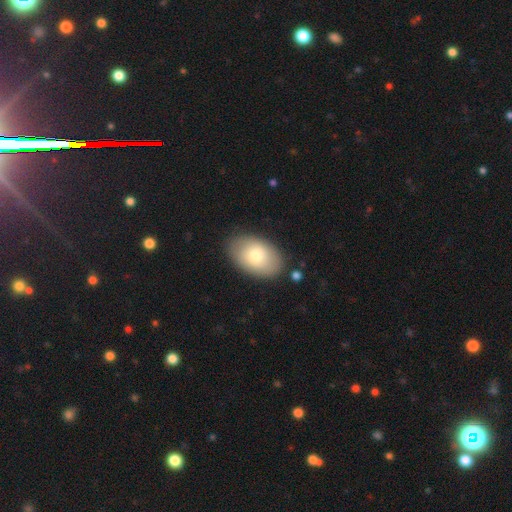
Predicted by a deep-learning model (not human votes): Q: Smooth or featured?
A: smooth (75%); runner-up: featured or disk (19%)
Q: How rounded?
A: in between (89%); runner-up: round (10%)
Q: Merging?
A: none (83%); runner-up: minor disturbance (12%)